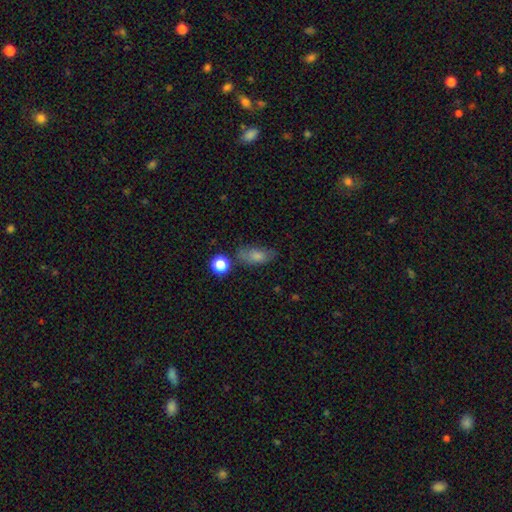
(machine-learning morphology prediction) Overall: smooth (76%). How rounded: in between (83%). Merging: none (61%; minor disturbance 24%).